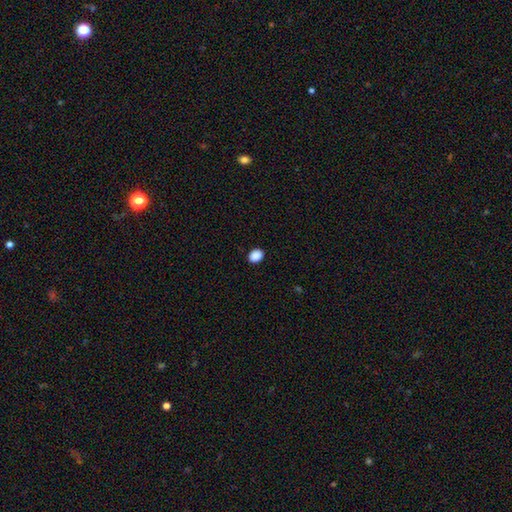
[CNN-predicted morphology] Q: Smooth or featured?
A: smooth (90%); runner-up: star or artifact (8%)
Q: How rounded?
A: in between (55%); runner-up: round (44%)
Q: Merging?
A: none (91%); runner-up: minor disturbance (6%)